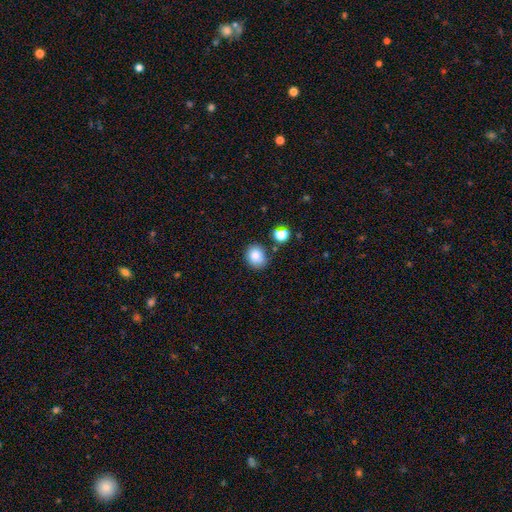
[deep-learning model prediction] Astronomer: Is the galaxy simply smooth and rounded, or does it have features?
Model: smooth — 84%.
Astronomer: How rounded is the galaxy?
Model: round — 59% (runner-up: in between, 40%).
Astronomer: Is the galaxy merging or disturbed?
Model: none — 77%.